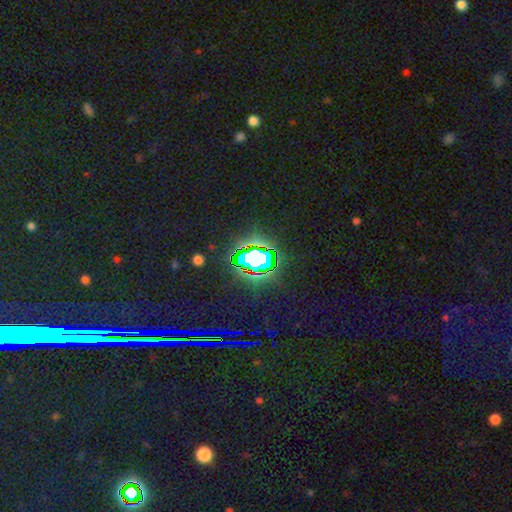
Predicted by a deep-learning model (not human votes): This appears to be a star or artifact, not a galaxy (82%).